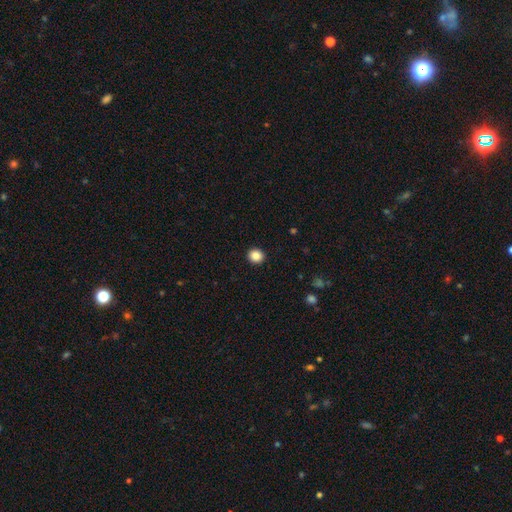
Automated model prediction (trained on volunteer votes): smooth-or-featured: smooth: 87% | star or artifact: 10% | featured or disk: 3%
  how-rounded: round: 85% | in between: 14% | cigar-shaped: 1%
  merging: none: 93% | minor disturbance: 5% | major disturbance: 2% | merger: 1%